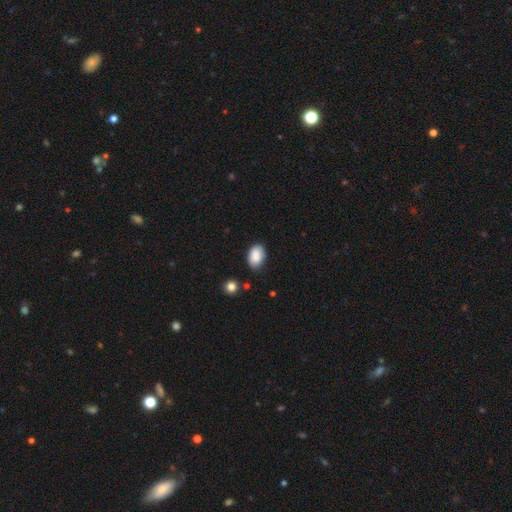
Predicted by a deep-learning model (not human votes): Smooth or featured: smooth — 88% (star or artifact — 7%)
How rounded: in between — 88% (round — 11%)
Merging: none — 76% (minor disturbance — 18%)